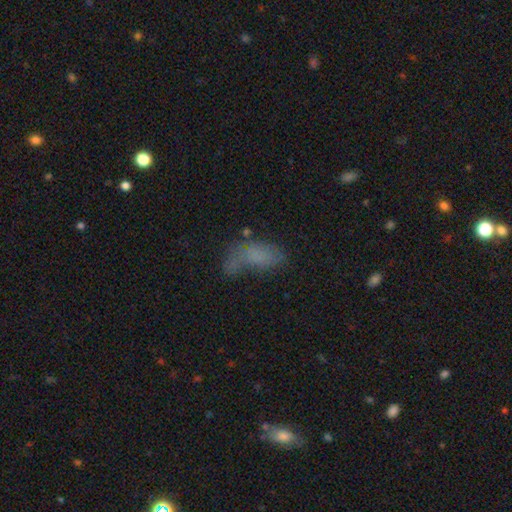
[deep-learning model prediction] This appears to be a smooth galaxy with no disk features (64%) that is in between round and cigar-shaped (85%). Merging: none (33%).